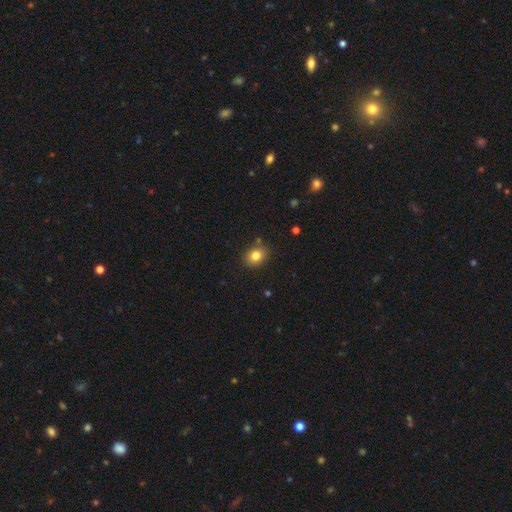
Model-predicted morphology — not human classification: This is clearly a smooth galaxy (83%). How rounded: possibly round (56%). Merging: clearly none (83%).